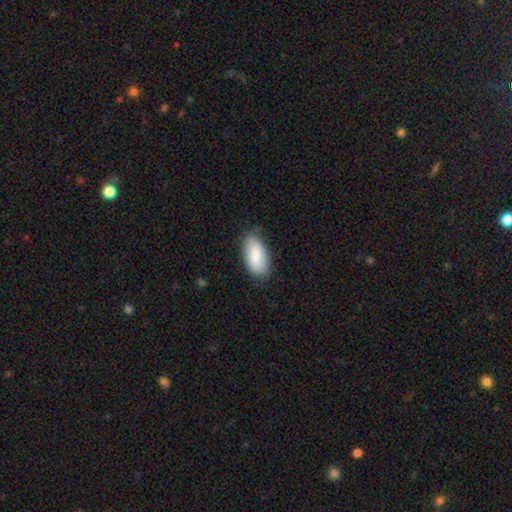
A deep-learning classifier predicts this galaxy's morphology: Overall: smooth (85%). How rounded: in between (92%). Merging: none (79%).